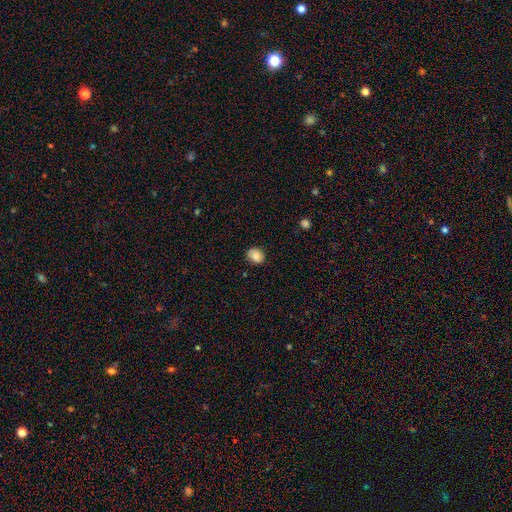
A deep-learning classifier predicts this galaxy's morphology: Q: Smooth or featured?
A: smooth (84%); runner-up: star or artifact (9%)
Q: How rounded?
A: round (56%); runner-up: in between (43%)
Q: Merging?
A: none (80%); runner-up: minor disturbance (16%)